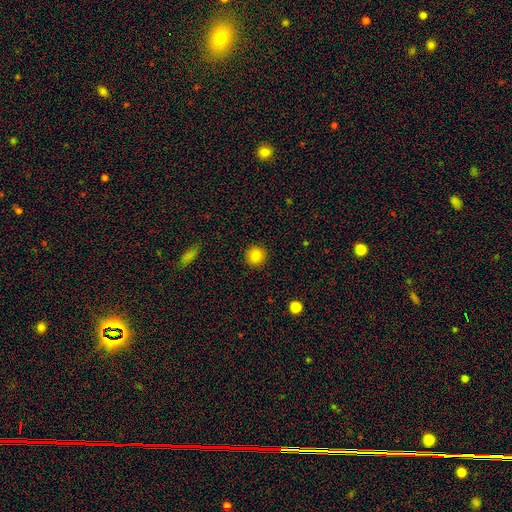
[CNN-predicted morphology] smooth-or-featured: smooth: 85% | star or artifact: 10% | featured or disk: 5%
  how-rounded: round: 93% | in between: 6% | cigar-shaped: 1%
  merging: none: 92% | minor disturbance: 5% | major disturbance: 2% | merger: 1%